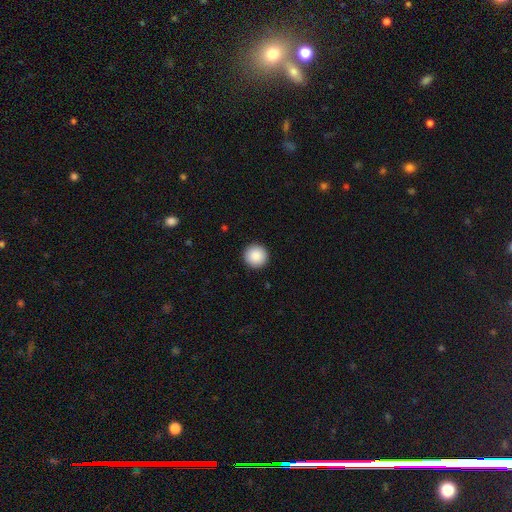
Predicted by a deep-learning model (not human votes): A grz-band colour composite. It shows a smooth galaxy with no disk features (89%) that is round (96%). Merging: none (93%).